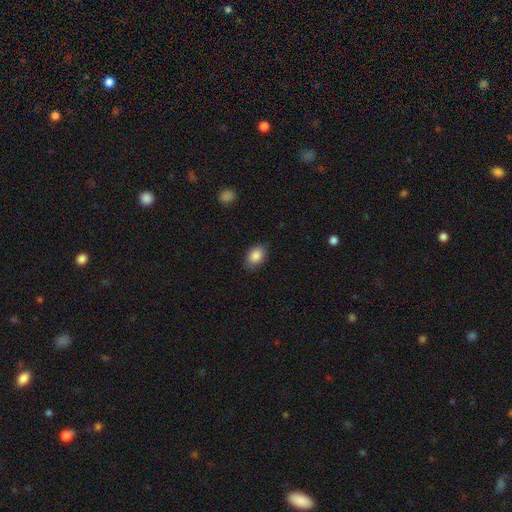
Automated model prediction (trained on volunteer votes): This appears to be a smooth galaxy with no disk features (87%) that is in between round and cigar-shaped (79%). Merging: none (84%).